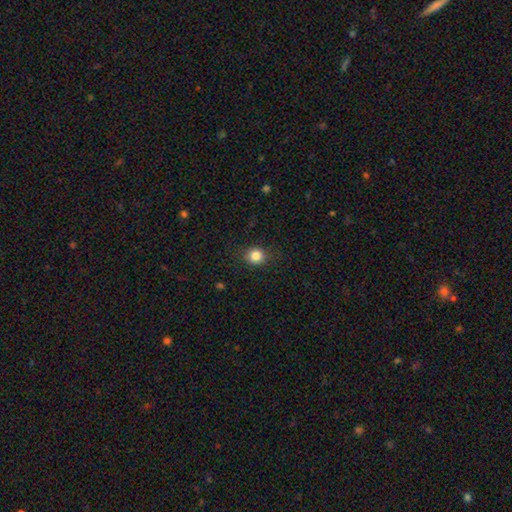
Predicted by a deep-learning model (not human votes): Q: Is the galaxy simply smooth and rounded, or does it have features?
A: smooth — 84%.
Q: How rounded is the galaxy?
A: round — 79%.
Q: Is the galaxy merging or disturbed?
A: none — 86%.